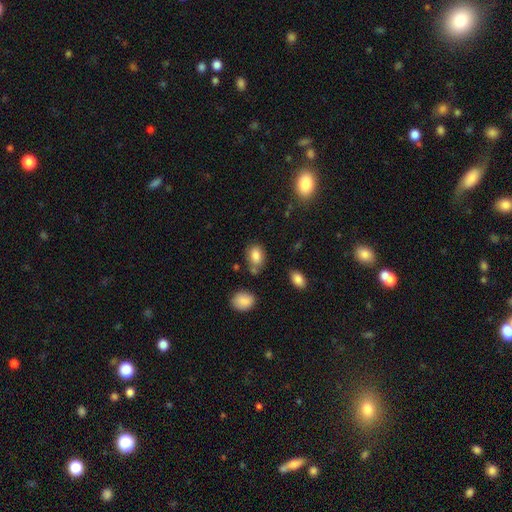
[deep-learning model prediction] Overall: smooth (84%). How rounded: in between (80%). Merging: none (64%).